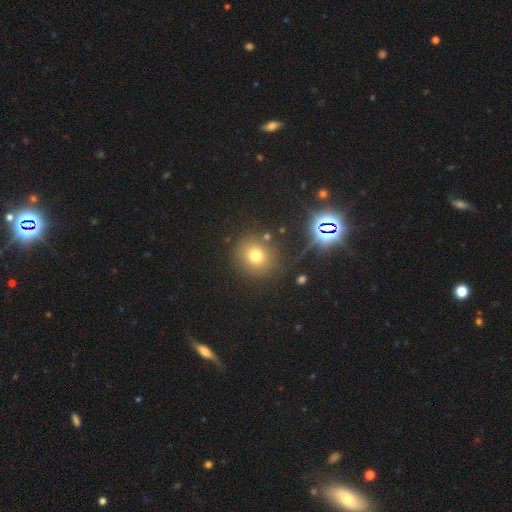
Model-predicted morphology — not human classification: smooth-or-featured: smooth: 71% | star or artifact: 19% | featured or disk: 10%
  how-rounded: round: 85% | in between: 14% | cigar-shaped: 1%
  merging: none: 83% | minor disturbance: 9% | merger: 4% | major disturbance: 4%